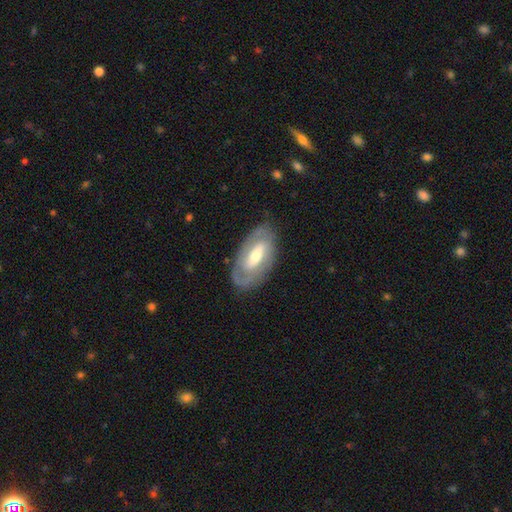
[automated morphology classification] Smooth or featured?
  - featured or disk: 68% *
  - smooth: 27%
  - star or artifact: 5%
Edge-on disk?
  - no: 91% *
  - yes: 9%
Bar?
  - weak: 40% *
  - strong: 35%
  - no: 25%
Spiral arms?
  - yes: 69% *
  - no: 31%
Bulge size?
  - moderate: 60% *
  - small: 26%
  - large: 11%
  - none: 2%
  - dominant: 1%
Merging?
  - none: 78% *
  - minor disturbance: 15%
  - major disturbance: 5%
  - merger: 1%